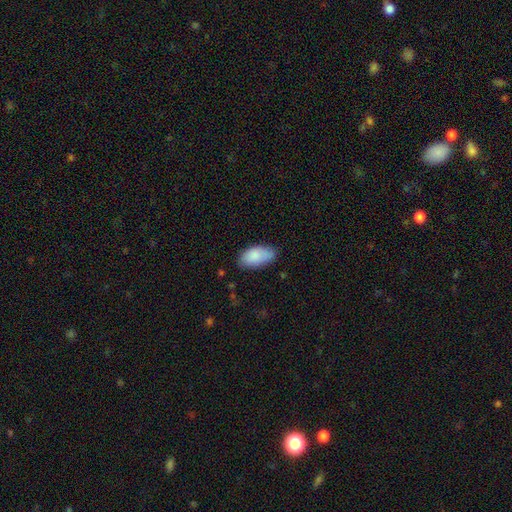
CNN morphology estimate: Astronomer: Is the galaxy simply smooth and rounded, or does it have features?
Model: smooth — 87%.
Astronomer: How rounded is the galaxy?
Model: in between — 95%.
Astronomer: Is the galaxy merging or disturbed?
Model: none — 71%.